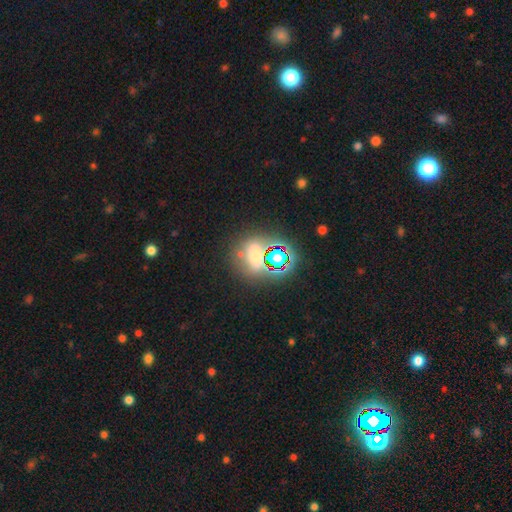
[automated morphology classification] The model was most divided on "smooth or featured": star or artifact: 45%, smooth: 38%, featured or disk: 17%.